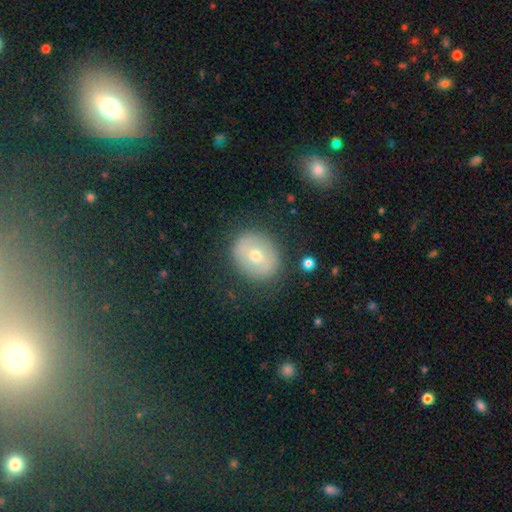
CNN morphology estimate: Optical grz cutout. It shows a smooth galaxy with no disk features (56%) that is round (67%). Merging: none (84%).